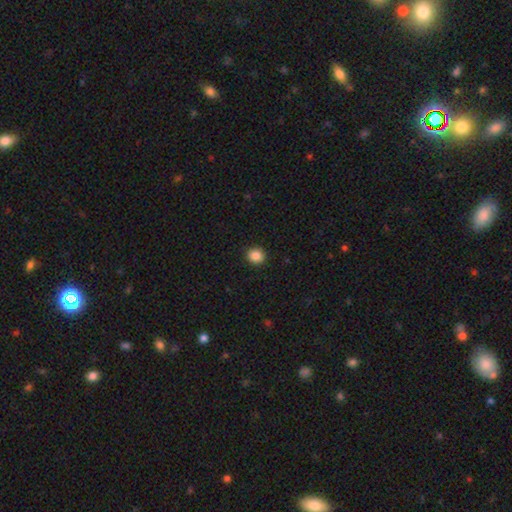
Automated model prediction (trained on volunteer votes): This is clearly a smooth galaxy (87%). How rounded: clearly round (87%). Merging: clearly none (93%).